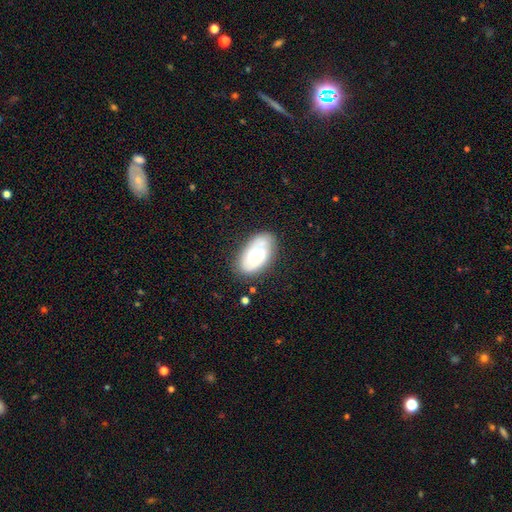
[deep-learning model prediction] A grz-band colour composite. It shows a smooth galaxy with no disk features (54%) that is in between round and cigar-shaped (93%). Merging: none (71%).